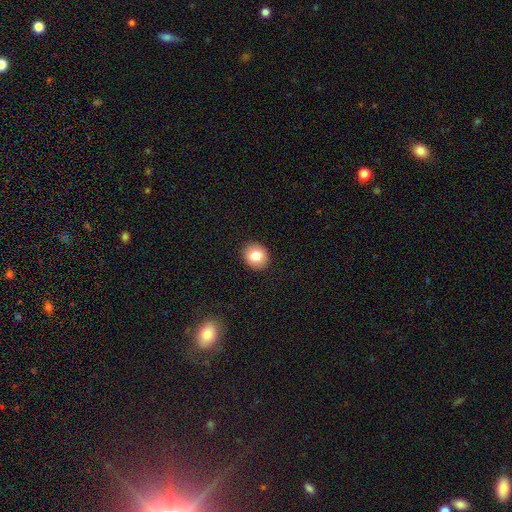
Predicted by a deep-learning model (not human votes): A smooth galaxy with no disk features (81%) that is round (74%).

Vote fractions:
- Smooth or featured? smooth: 81% / featured or disk: 10% / star or artifact: 9%
- How rounded? round: 74% / in between: 25% / cigar-shaped: 1%
- Merging? none: 91% / minor disturbance: 6% / major disturbance: 2% / merger: 1%